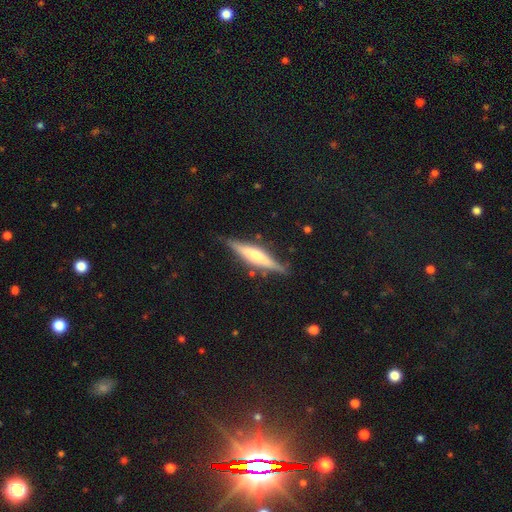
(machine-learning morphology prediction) This appears to be a featured or disk galaxy (61%) viewed edge-on (95%) with a rounded central bulge (62%). Merging: none (81%).